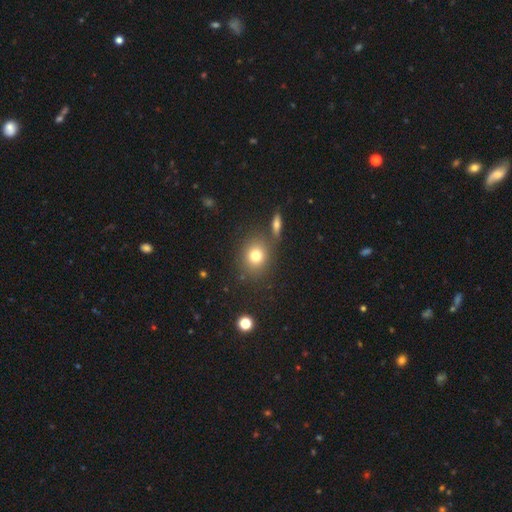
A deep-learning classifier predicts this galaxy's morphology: Smooth or featured? Predicted: smooth (p=0.77). How rounded? Predicted: round (p=0.71). Merging? Predicted: none (p=0.77).